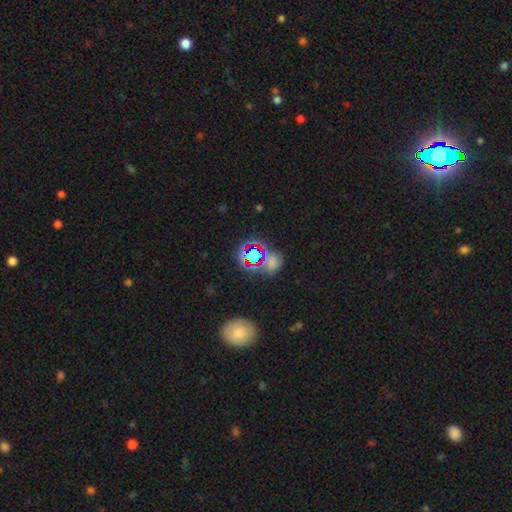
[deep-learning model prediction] The model was most divided on "smooth or featured": star or artifact: 57%, smooth: 31%, featured or disk: 11%.